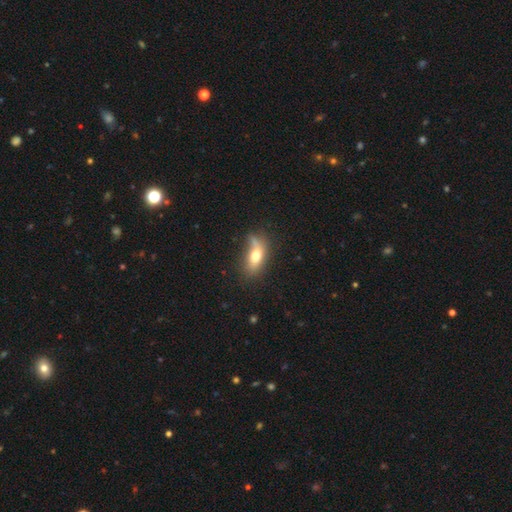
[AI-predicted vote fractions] smooth 68%, featured or disk 23%, star or artifact 9%. Down the decision tree: how rounded — in between (78%); merging — none (49%).